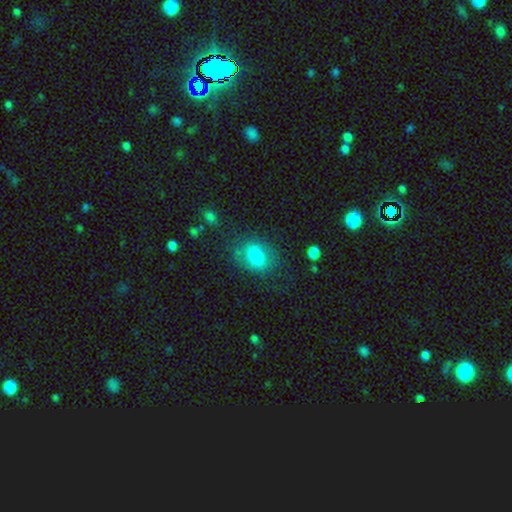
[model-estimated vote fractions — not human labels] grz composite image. It shows a smooth galaxy with no disk features (75%) that is in between round and cigar-shaped (72%). Merging: none (61%).